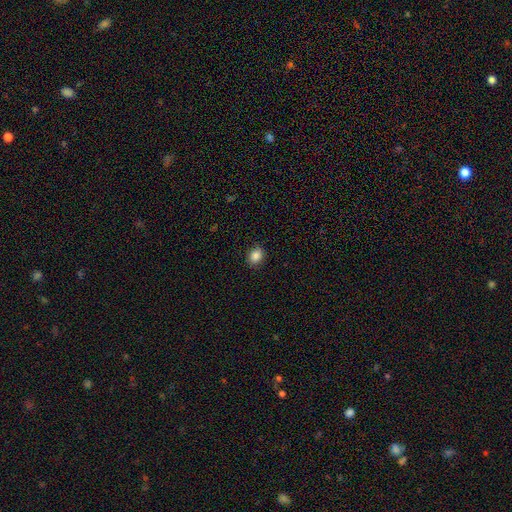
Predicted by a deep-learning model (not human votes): Smooth or featured? Predicted: smooth (p=0.87). How rounded? Predicted: round (p=0.50). Merging? Predicted: none (p=0.88).